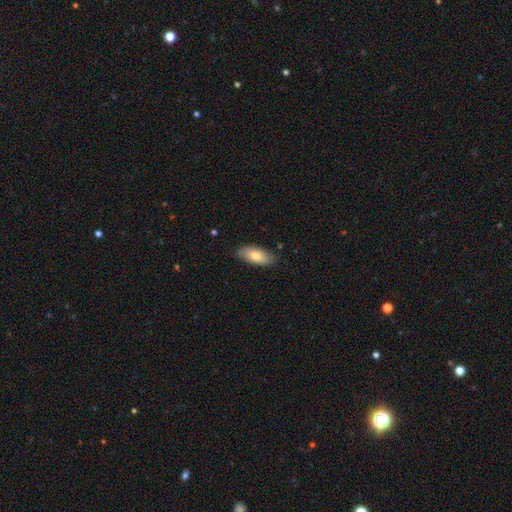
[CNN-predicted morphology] Overall: smooth (77%). How rounded: in between (83%). Merging: none (82%).